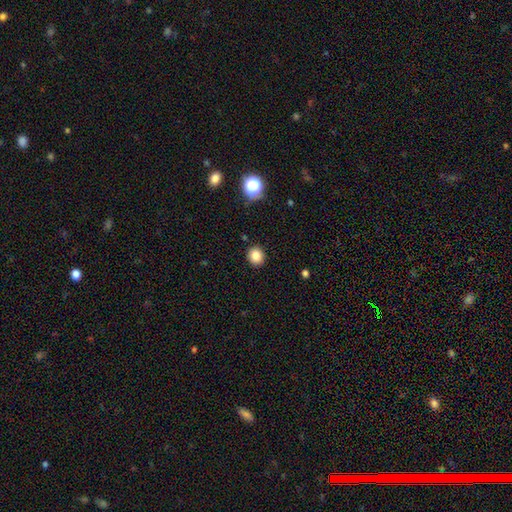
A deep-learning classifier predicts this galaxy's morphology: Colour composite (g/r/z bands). It shows a smooth galaxy with no disk features (84%) that is round (83%). Merging: none (90%).